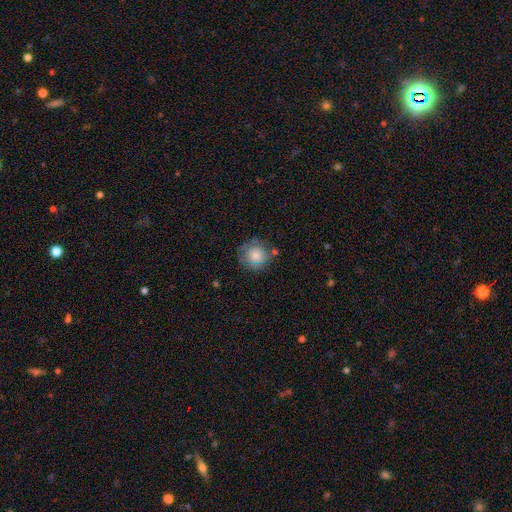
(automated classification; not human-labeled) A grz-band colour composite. It shows a smooth galaxy with no disk features (74%) that is round (90%). Merging: none (70%).